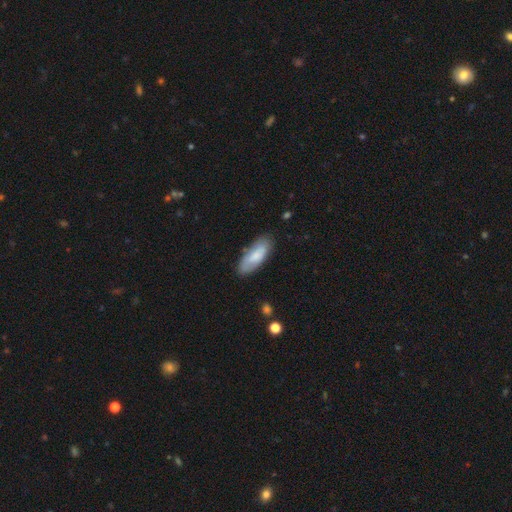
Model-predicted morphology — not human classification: Smooth or featured? Predicted: smooth (p=0.75). How rounded? Predicted: in between (p=0.74). Merging? Predicted: none (p=0.79).